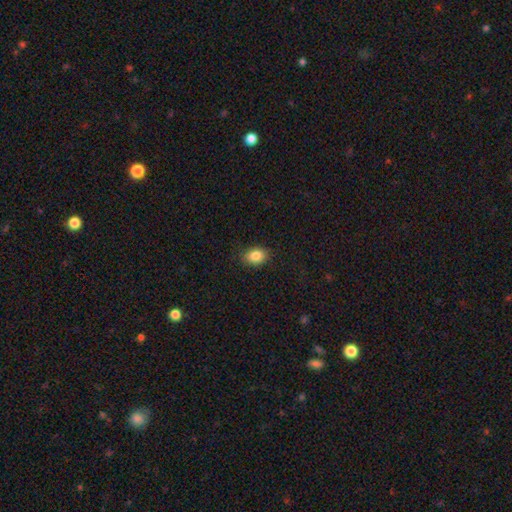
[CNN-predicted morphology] type=smooth (86%); roundness=in between (72%); merging=none (86%).